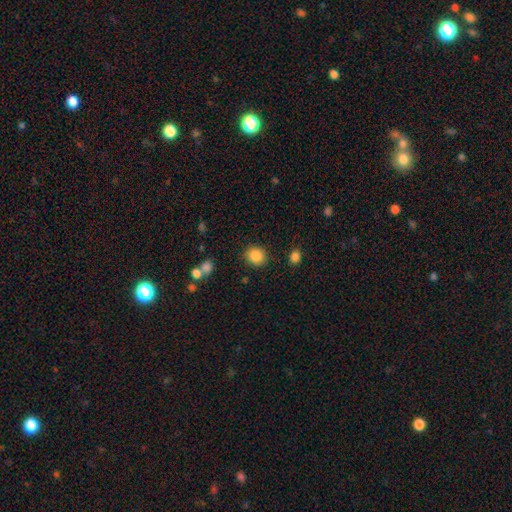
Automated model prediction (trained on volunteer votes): smooth 87%, star or artifact 9%, featured or disk 4%. Down the decision tree: how rounded — round (78%); merging — none (86%).